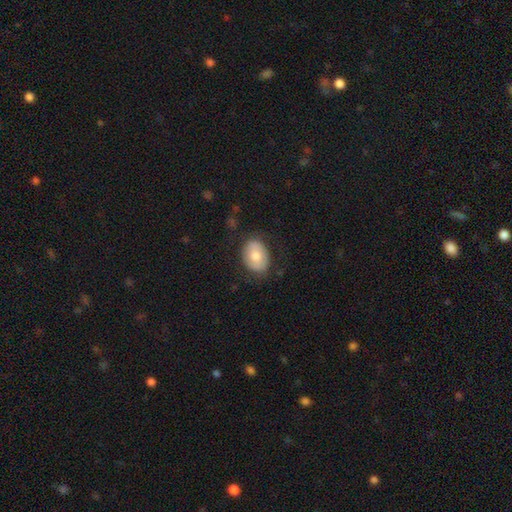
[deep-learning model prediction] A smooth galaxy with no disk features (72%) that is in between round and cigar-shaped (72%). Merging: none (76%).